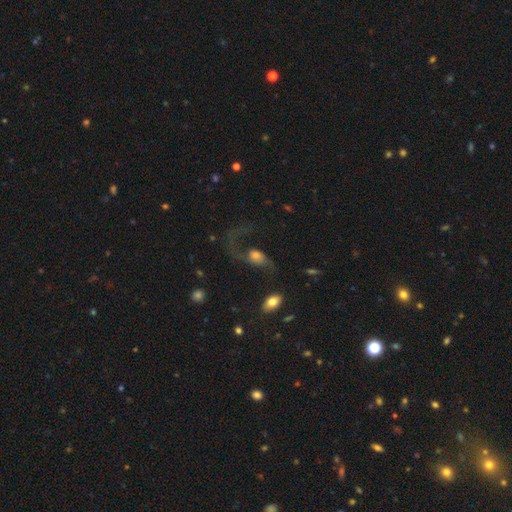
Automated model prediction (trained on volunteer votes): featured or disk 56%, smooth 34%, star or artifact 10%. Down the decision tree: edge-on disk — no (94%); bar — no (72%); spiral arms — yes (77%); bulge size — moderate (47%); merging — major disturbance (54%).